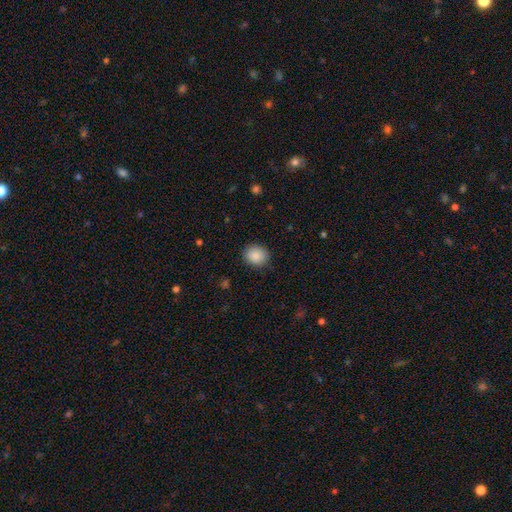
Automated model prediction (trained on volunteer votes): This is clearly a smooth galaxy (88%). How rounded: likely round (73%). Merging: clearly none (87%).